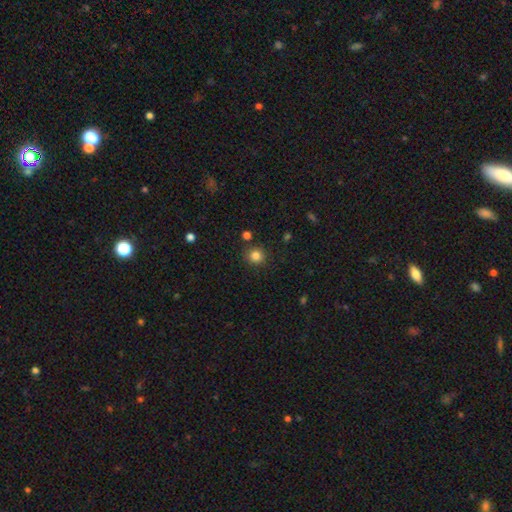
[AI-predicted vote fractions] This appears to be a smooth galaxy with no disk features (83%) that is round (90%). Merging: none (86%).